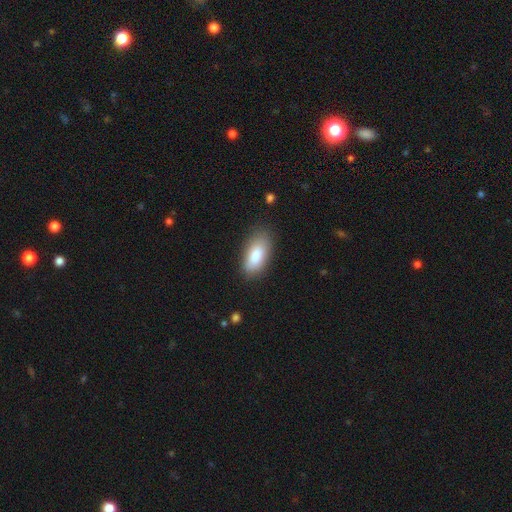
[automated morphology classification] This is clearly a smooth galaxy (85%). How rounded: clearly in between (90%). Merging: likely none (78%).